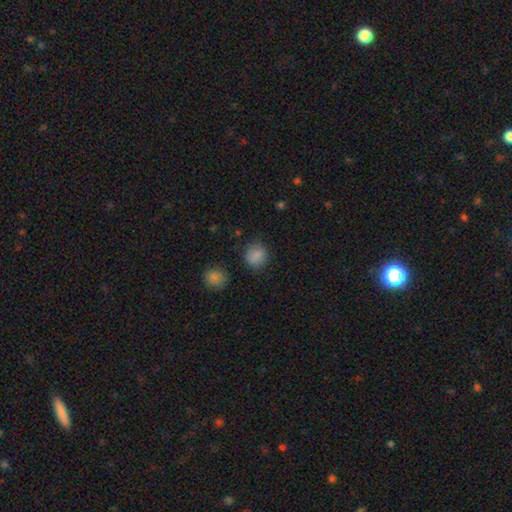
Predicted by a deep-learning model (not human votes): This appears to be a smooth galaxy with no disk features (85%) that is round (82%). Merging: none (83%).